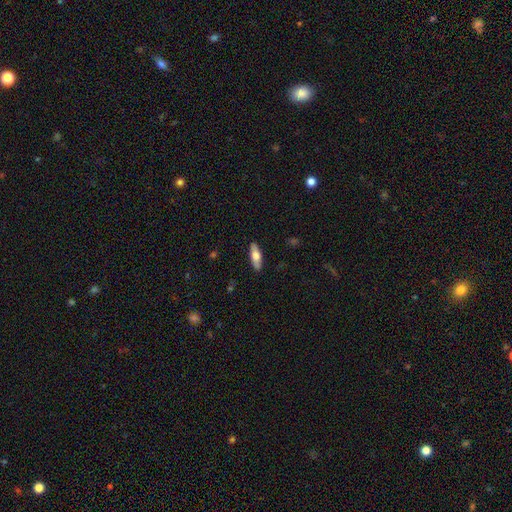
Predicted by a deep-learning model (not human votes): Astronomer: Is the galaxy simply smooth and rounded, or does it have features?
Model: smooth — 62%.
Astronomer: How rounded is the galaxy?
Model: in between — 57% (runner-up: cigar-shaped, 41%).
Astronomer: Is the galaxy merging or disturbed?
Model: none — 89%.